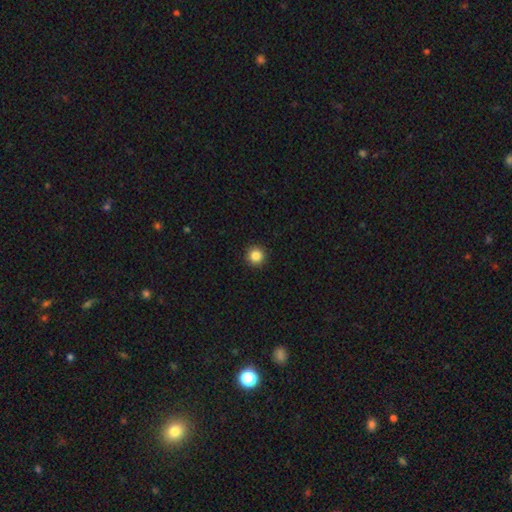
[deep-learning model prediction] Q: Smooth or featured?
A: smooth (85%); runner-up: star or artifact (11%)
Q: How rounded?
A: round (96%); runner-up: in between (3%)
Q: Merging?
A: none (93%); runner-up: minor disturbance (4%)